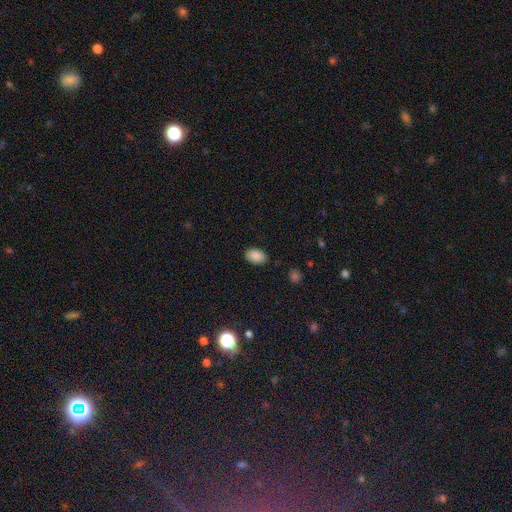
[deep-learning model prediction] Smooth or featured?
  - smooth: 88% *
  - star or artifact: 8%
  - featured or disk: 4%
How rounded?
  - in between: 89% *
  - round: 10%
  - cigar-shaped: 1%
Merging?
  - none: 85% *
  - minor disturbance: 12%
  - major disturbance: 3%
  - merger: 1%